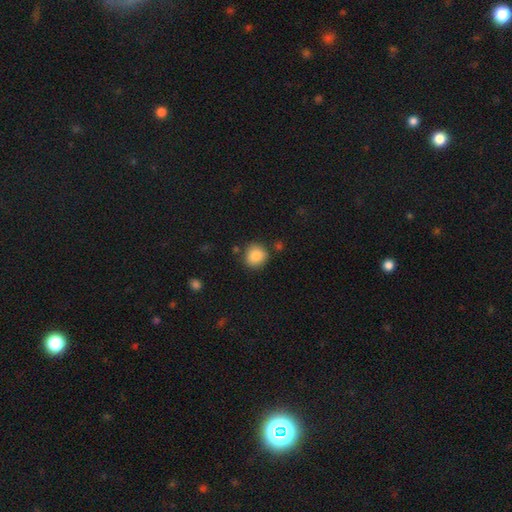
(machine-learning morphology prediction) A smooth galaxy with no disk features (86%) that is round (87%). Merging: none (82%).